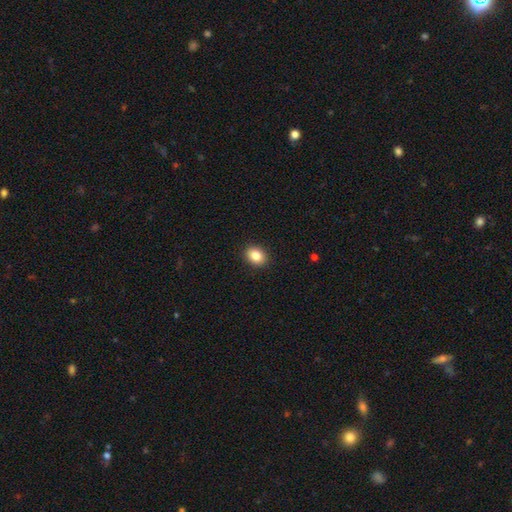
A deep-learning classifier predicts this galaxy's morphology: smooth 84%, star or artifact 9%, featured or disk 6%. Down the decision tree: how rounded — in between (55%); merging — none (91%).